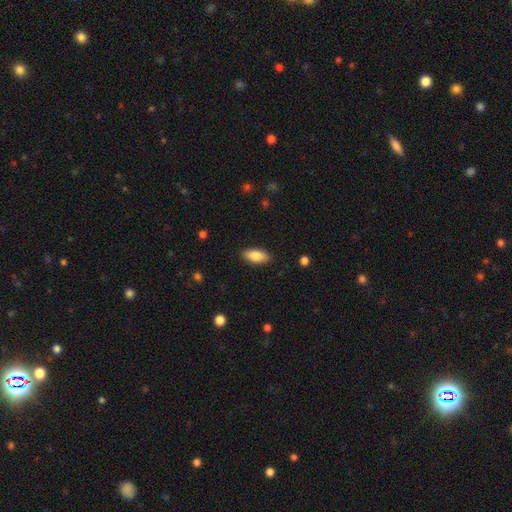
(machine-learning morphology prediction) smooth_or_featured: smooth (p=0.82) [alt: featured or disk p=0.11]
how_rounded: in between (p=0.85) [alt: cigar-shaped p=0.12]
merging: none (p=0.88) [alt: minor disturbance p=0.09]